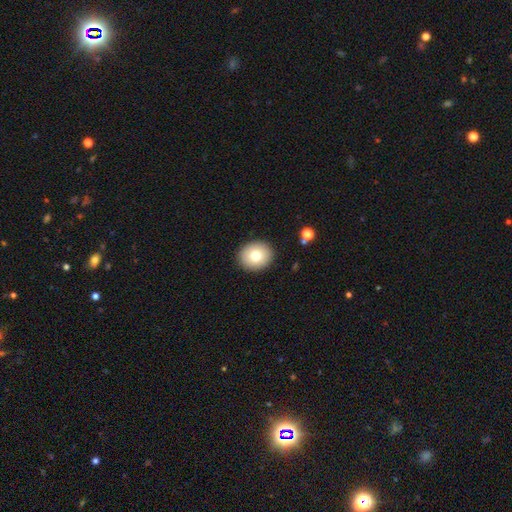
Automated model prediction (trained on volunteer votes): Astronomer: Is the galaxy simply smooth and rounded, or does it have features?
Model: smooth — 76%.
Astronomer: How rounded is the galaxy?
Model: round — 75%.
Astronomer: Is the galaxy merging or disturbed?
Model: none — 91%.